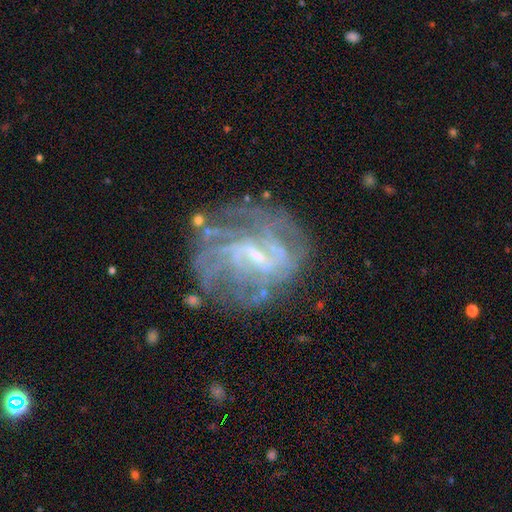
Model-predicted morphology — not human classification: This is clearly a featured or disk galaxy (81%). It is clearly not viewed edge-on (98%). Bar: possibly weak (55%). Spiral arm pattern: clearly yes (81%). Spiral arm count: possibly can't tell (46%). Spiral winding: possibly tight (47%). Central bulge: likely small (65%). Merging: possibly none (57%).